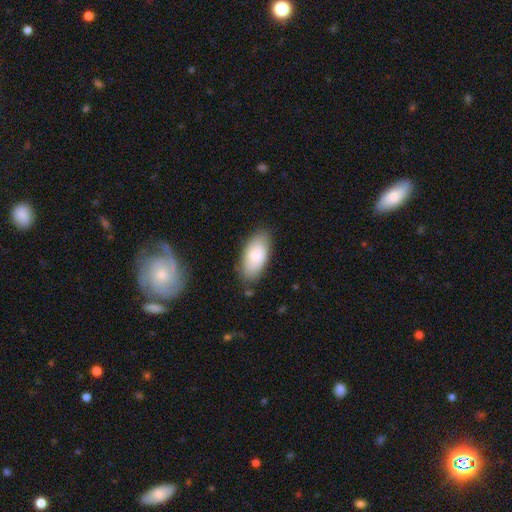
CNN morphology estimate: smooth 76%, featured or disk 18%, star or artifact 6%. Down the decision tree: how rounded — in between (94%); merging — none (79%).